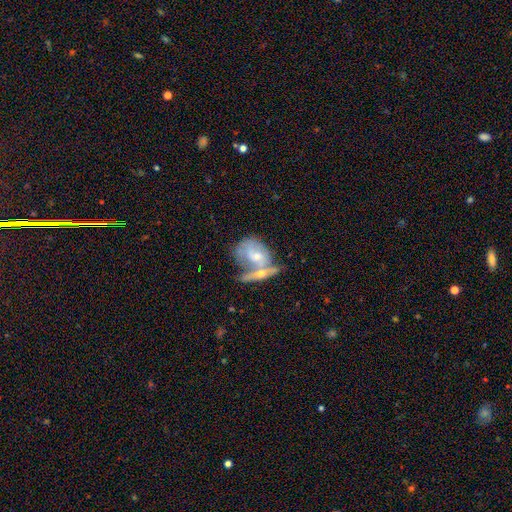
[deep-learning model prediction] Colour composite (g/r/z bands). It shows a featured or disk galaxy (63%) with no bar (66%), spiral arms (60%) and a small central bulge (53%). Merging: merger (56%).